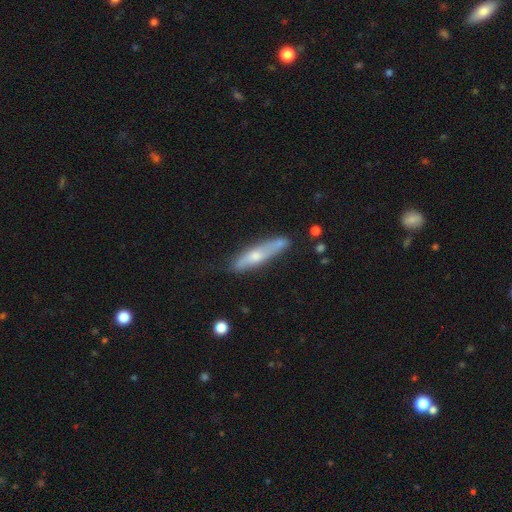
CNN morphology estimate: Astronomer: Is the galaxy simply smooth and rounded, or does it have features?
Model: featured or disk — 50% (runner-up: smooth, 43%).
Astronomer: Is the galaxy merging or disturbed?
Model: none — 71%.